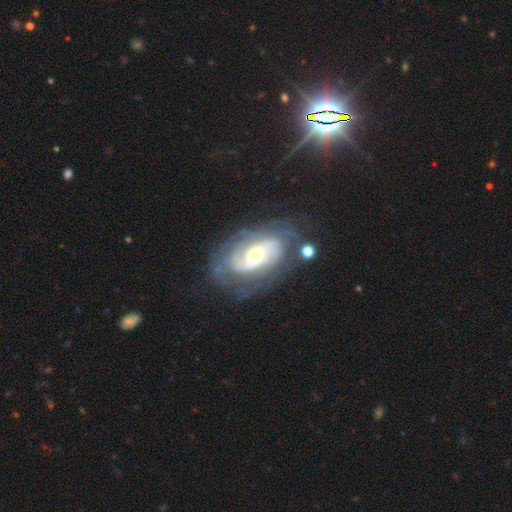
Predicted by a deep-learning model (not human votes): Smooth or featured? Predicted: featured or disk (p=0.84). Edge-on disk? Predicted: no (p=0.96). Bar? Predicted: no (p=0.52). Spiral arms? Predicted: yes (p=0.94). Spiral winding? Predicted: tight (p=0.57). Spiral arm count? Predicted: can't tell (p=0.35). Bulge size? Predicted: moderate (p=0.45). Merging? Predicted: none (p=0.64).